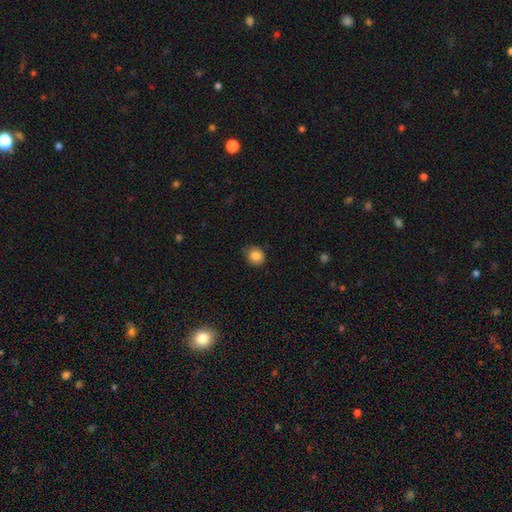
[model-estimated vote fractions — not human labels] Smooth or featured? Predicted: smooth (p=0.85). How rounded? Predicted: round (p=0.78). Merging? Predicted: none (p=0.79).